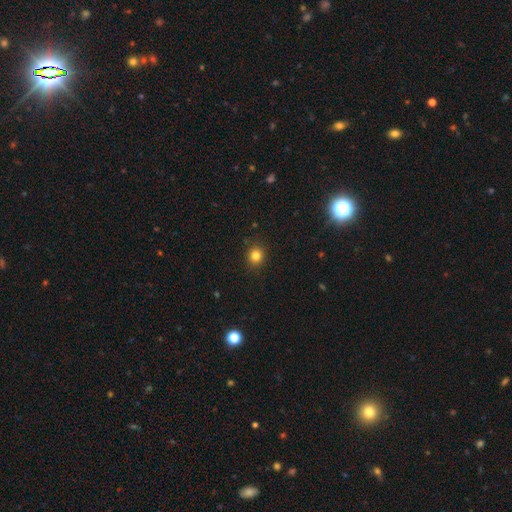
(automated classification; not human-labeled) This appears to be a smooth galaxy with no disk features (82%) that is round (83%). Merging: none (89%).